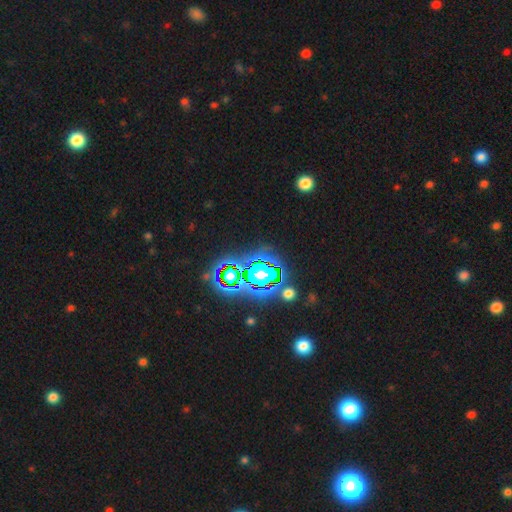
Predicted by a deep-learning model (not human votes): A star or artifact, not a galaxy (79%).